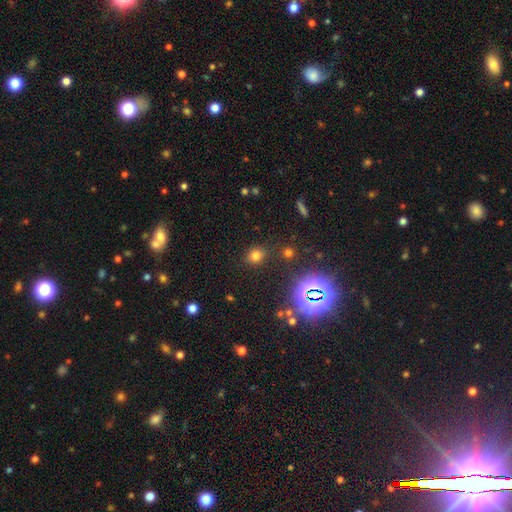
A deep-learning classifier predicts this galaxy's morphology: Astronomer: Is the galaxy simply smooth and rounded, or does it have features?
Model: smooth — 72%.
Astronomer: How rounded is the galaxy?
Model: round — 70%.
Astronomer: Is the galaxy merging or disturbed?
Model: none — 84%.